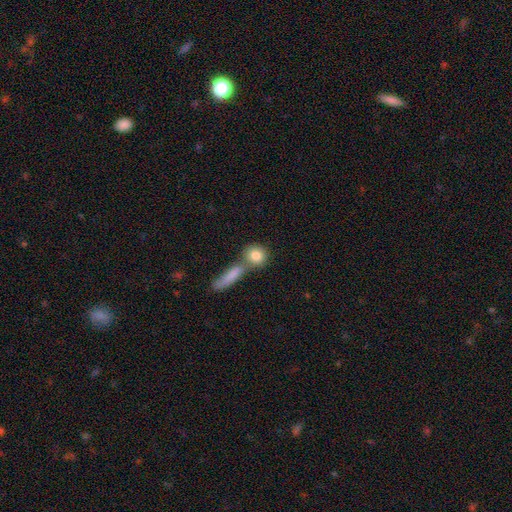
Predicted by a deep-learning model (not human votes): smooth_or_featured: smooth (p=0.82) [alt: featured or disk p=0.10]
how_rounded: round (p=0.73) [alt: in between p=0.19]
merging: none (p=0.55) [alt: merger p=0.31]